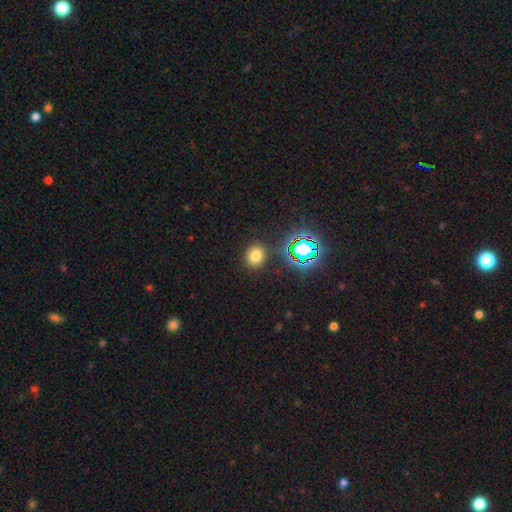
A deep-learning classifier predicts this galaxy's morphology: This appears to be a smooth galaxy with no disk features (70%) that is round (74%). Merging: none (87%).